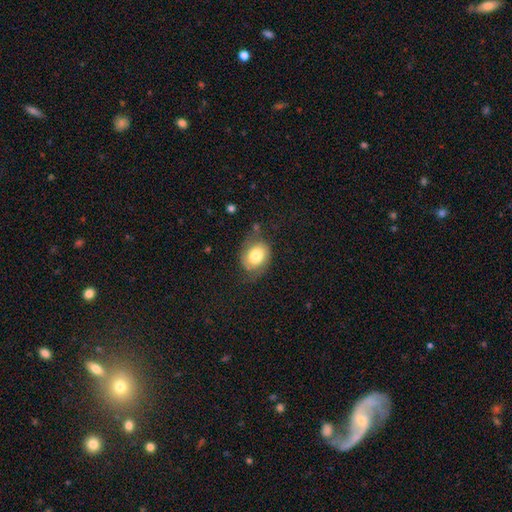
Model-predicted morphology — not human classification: type=smooth (64%); roundness=in between (60%); merging=none (58%).